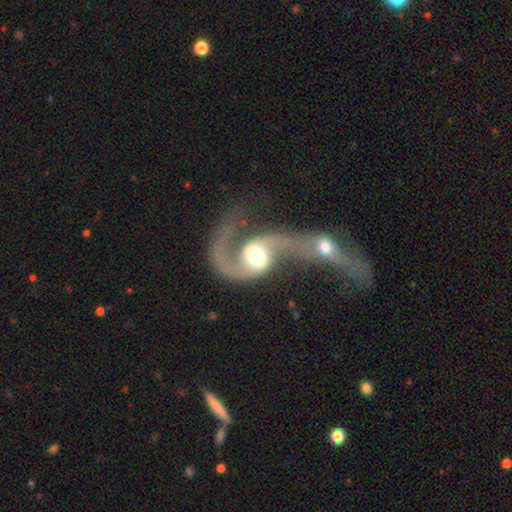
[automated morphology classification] smooth_or_featured: featured or disk (p=0.89) [alt: smooth p=0.06]
disk_edge_on: no (p=0.97) [alt: yes p=0.03]
bar: no (p=0.47) [alt: weak p=0.36]
has_spiral_arms: yes (p=0.96) [alt: no p=0.04]
spiral_winding: loose (p=0.67) [alt: medium p=0.27]
spiral_arm_count: 2 (p=0.89) [alt: 1 p=0.06]
bulge_size: moderate (p=0.54) [alt: large p=0.34]
merging: merger (p=0.44) [alt: none p=0.31]